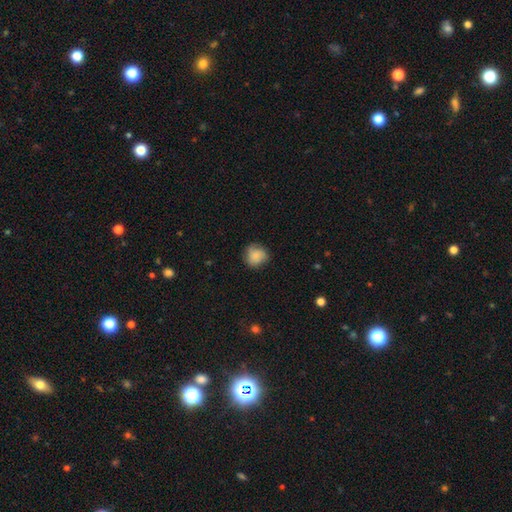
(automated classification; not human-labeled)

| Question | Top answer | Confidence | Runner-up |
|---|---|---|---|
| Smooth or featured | smooth | 80% | featured or disk (12%) |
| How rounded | round | 84% | in between (15%) |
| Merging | none | 74% | minor disturbance (19%) |